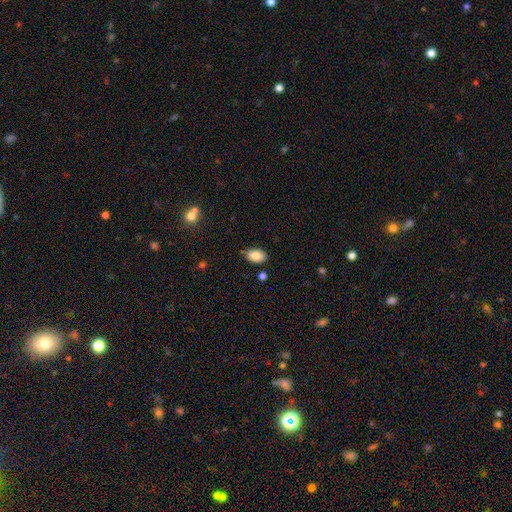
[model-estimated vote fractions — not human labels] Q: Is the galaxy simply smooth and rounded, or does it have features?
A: smooth — 86%.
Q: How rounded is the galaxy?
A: in between — 91%.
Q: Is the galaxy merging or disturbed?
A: none — 82%.